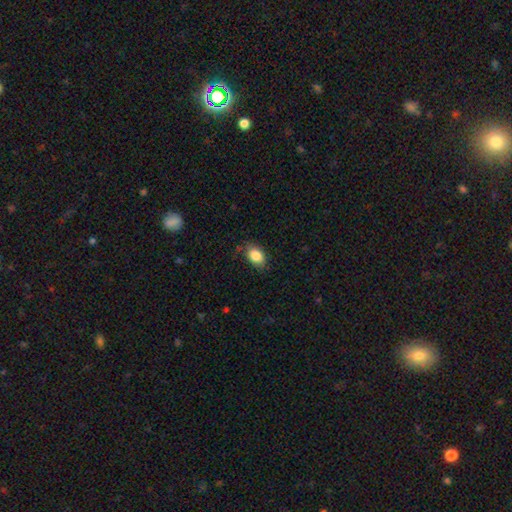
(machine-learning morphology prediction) Smooth or featured? Predicted: smooth (p=0.86). How rounded? Predicted: in between (p=0.82). Merging? Predicted: none (p=0.76).